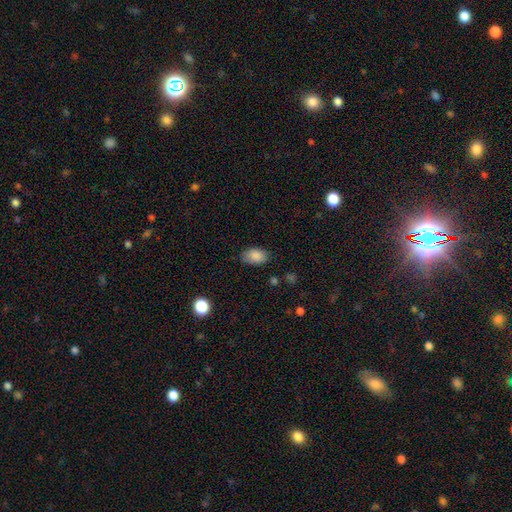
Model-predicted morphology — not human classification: Smooth or featured? Predicted: smooth (p=0.87). How rounded? Predicted: in between (p=0.88). Merging? Predicted: none (p=0.77).